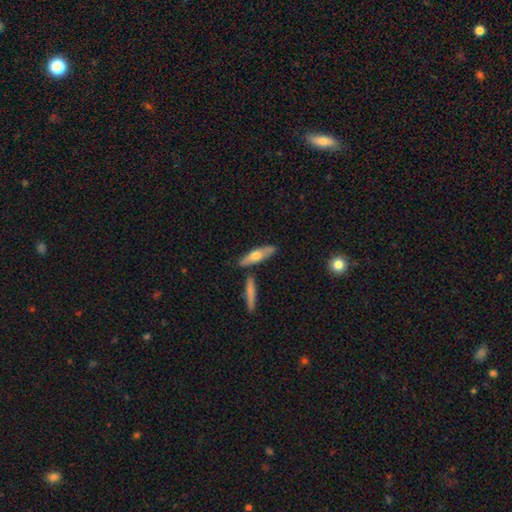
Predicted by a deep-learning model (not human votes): smooth-or-featured: smooth: 53% | featured or disk: 42% | star or artifact: 5%
  how-rounded: cigar-shaped: 66% | in between: 32% | round: 3%
  merging: none: 76% | minor disturbance: 11% | merger: 10% | major disturbance: 3%